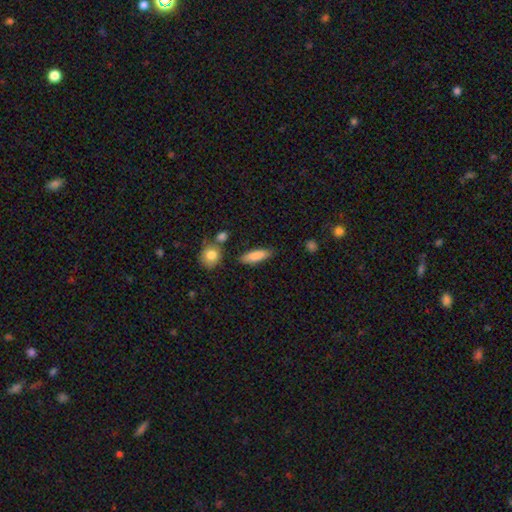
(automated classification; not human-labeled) Q: Smooth or featured?
A: smooth (83%); runner-up: featured or disk (10%)
Q: How rounded?
A: in between (53%); runner-up: cigar-shaped (44%)
Q: Merging?
A: none (79%); runner-up: minor disturbance (13%)